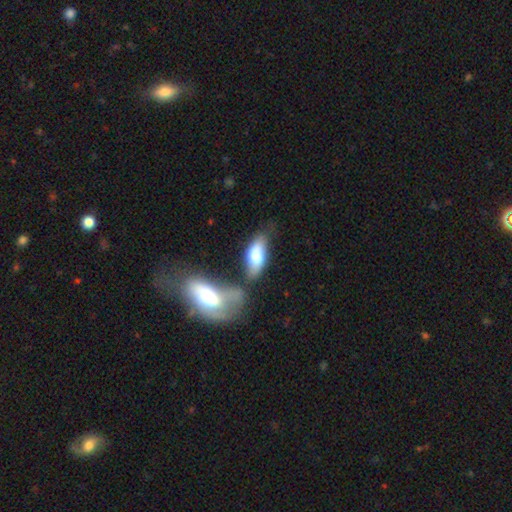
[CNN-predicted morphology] Smooth or featured? smooth (72%)
How rounded? in between (82%)
Merging? none (51%)